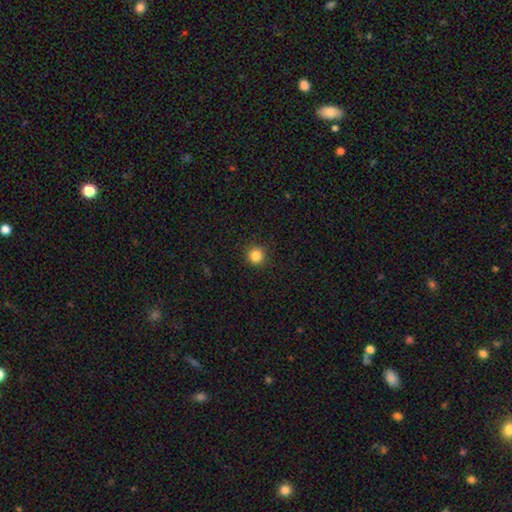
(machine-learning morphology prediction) Smooth or featured: smooth — 85% (star or artifact — 11%)
How rounded: round — 95% (in between — 4%)
Merging: none — 91% (minor disturbance — 6%)